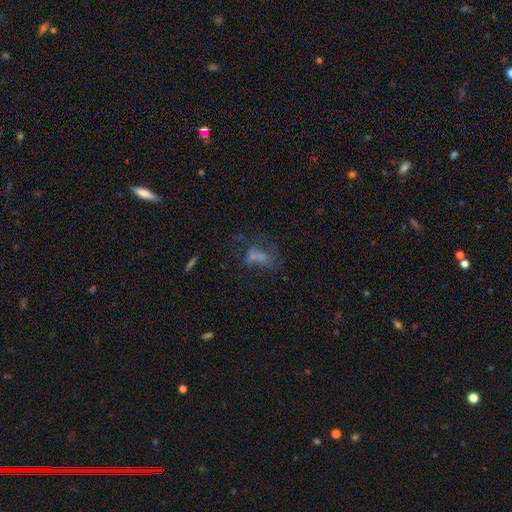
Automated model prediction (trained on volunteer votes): Morphology: type=smooth (40%); merging=none (33%).